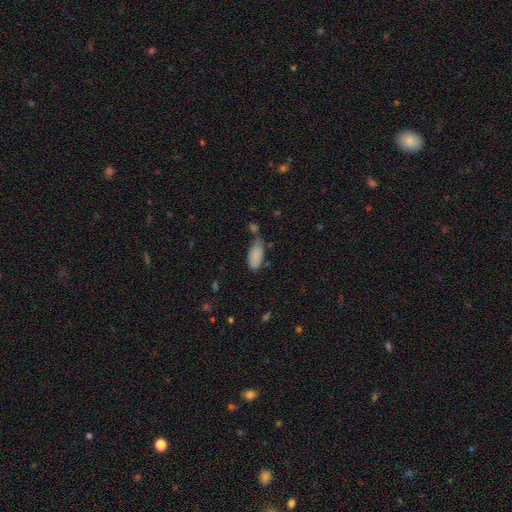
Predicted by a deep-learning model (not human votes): smooth_or_featured: smooth (p=0.85) [alt: featured or disk p=0.08]
how_rounded: in between (p=0.92) [alt: cigar-shaped p=0.06]
merging: none (p=0.50) [alt: minor disturbance p=0.28]